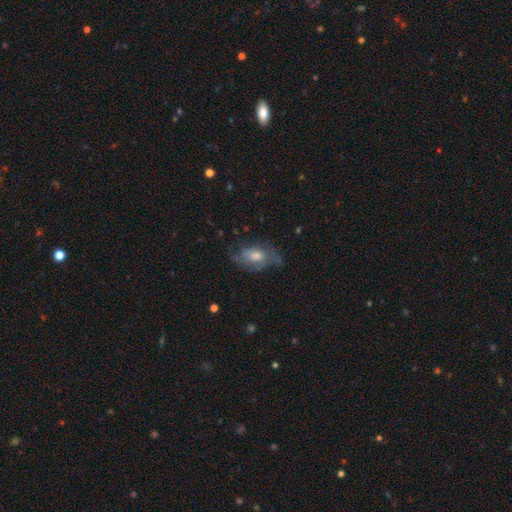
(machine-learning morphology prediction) smooth_or_featured: featured or disk (p=0.65) [alt: smooth p=0.25]
disk_edge_on: no (p=0.93) [alt: yes p=0.07]
bar: no (p=0.70) [alt: weak p=0.26]
has_spiral_arms: yes (p=0.83) [alt: no p=0.17]
bulge_size: moderate (p=0.59) [alt: small p=0.20]
merging: none (p=0.62) [alt: minor disturbance p=0.22]